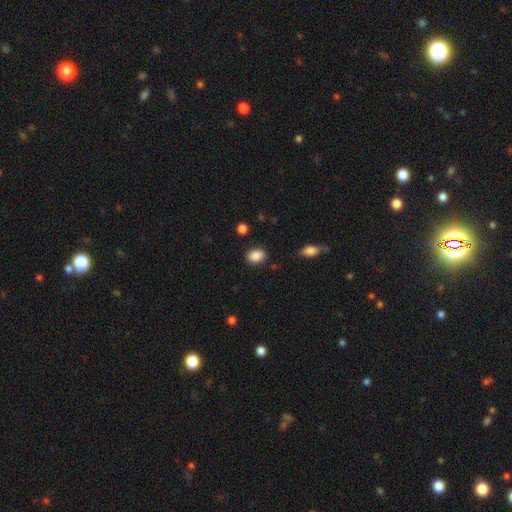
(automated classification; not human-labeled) Smooth or featured? Predicted: smooth (p=0.87). How rounded? Predicted: in between (p=0.69). Merging? Predicted: none (p=0.84).